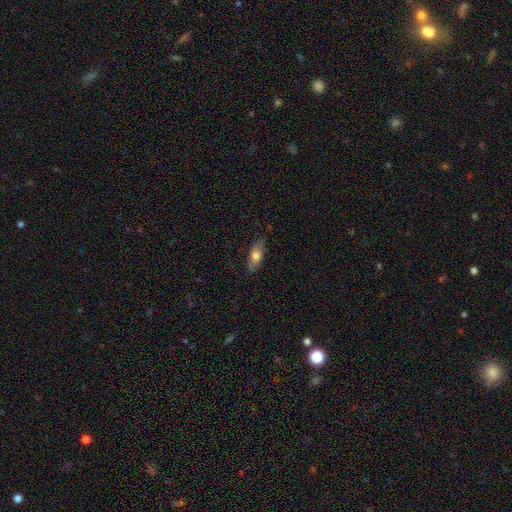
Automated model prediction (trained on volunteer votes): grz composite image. It shows a smooth galaxy with no disk features (68%) that is in between round and cigar-shaped (73%). Merging: none (76%).